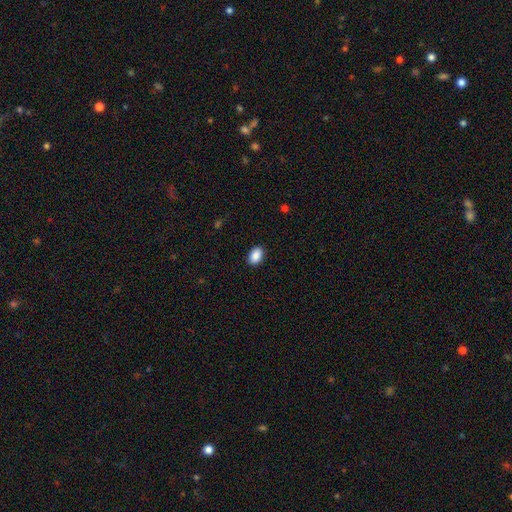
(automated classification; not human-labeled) Q: Smooth or featured?
A: smooth (90%); runner-up: star or artifact (7%)
Q: How rounded?
A: in between (87%); runner-up: round (12%)
Q: Merging?
A: none (90%); runner-up: minor disturbance (7%)